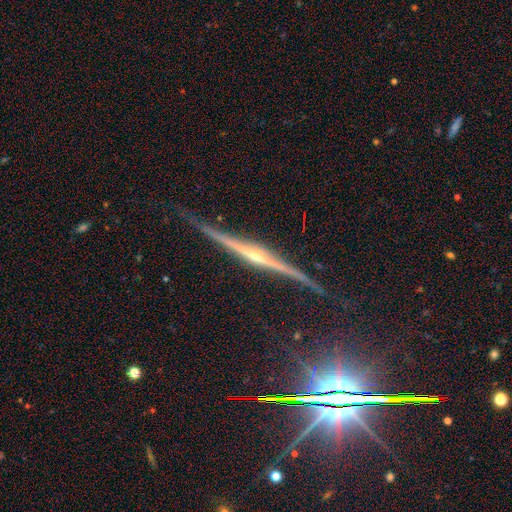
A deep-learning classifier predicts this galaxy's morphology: This is clearly a featured or disk galaxy (84%). It is clearly viewed edge-on (98%). Edge-on bulge: likely rounded (79%). Merging: clearly none (86%).